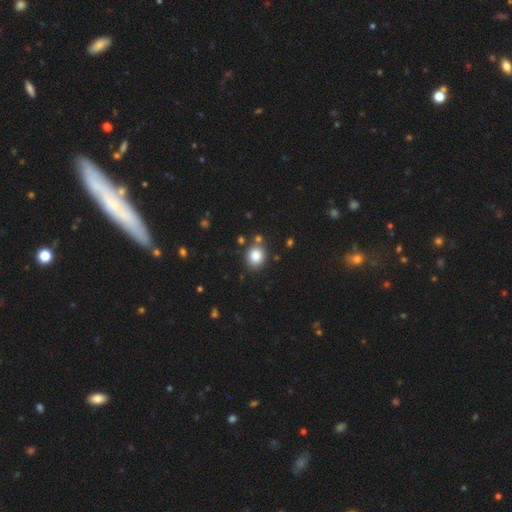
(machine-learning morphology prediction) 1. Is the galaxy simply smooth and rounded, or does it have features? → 85% smooth, 10% star or artifact, 5% featured or disk.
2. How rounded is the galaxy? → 70% round, 29% in between, 1% cigar-shaped.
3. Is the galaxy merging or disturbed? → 79% none, 11% minor disturbance, 7% merger, 3% major disturbance.